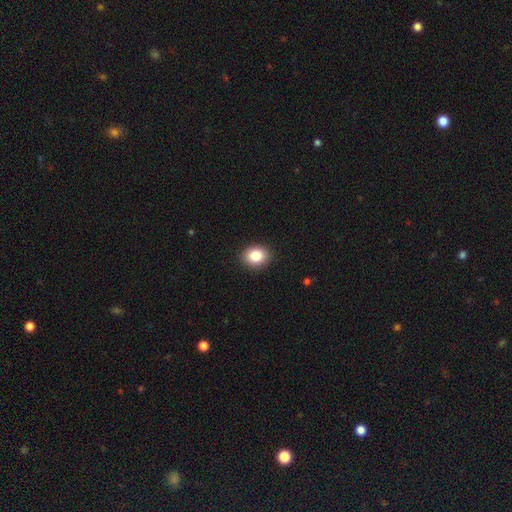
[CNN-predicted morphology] A smooth galaxy with no disk features (85%) that is round (51%). Merging: none (90%).